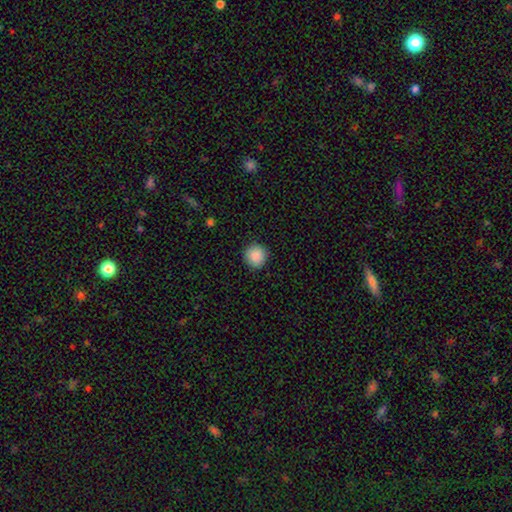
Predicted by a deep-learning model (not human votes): The model was most divided on "smooth or featured": smooth: 89%, star or artifact: 8%, featured or disk: 3%. More confident: how rounded — round (94%); merging — none (91%).